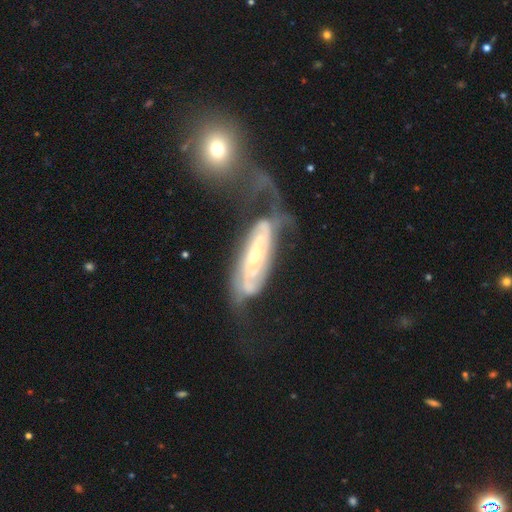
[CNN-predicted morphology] Smooth or featured?
  - featured or disk: 80% *
  - smooth: 14%
  - star or artifact: 6%
Edge-on disk?
  - no: 86% *
  - yes: 14%
Bar?
  - no: 63% *
  - weak: 24%
  - strong: 14%
Spiral arms?
  - yes: 81% *
  - no: 19%
Spiral winding?
  - tight: 57% *
  - medium: 29%
  - loose: 14%
Spiral arm count?
  - can't tell: 46% *
  - 2: 38%
  - 3: 6%
  - 1: 5%
  - 4: 3%
  - more than 4: 2%
Bulge size?
  - small: 54% *
  - moderate: 41%
  - large: 3%
  - none: 1%
  - dominant: 1%
Merging?
  - major disturbance: 32% *
  - none: 26%
  - merger: 25%
  - minor disturbance: 17%